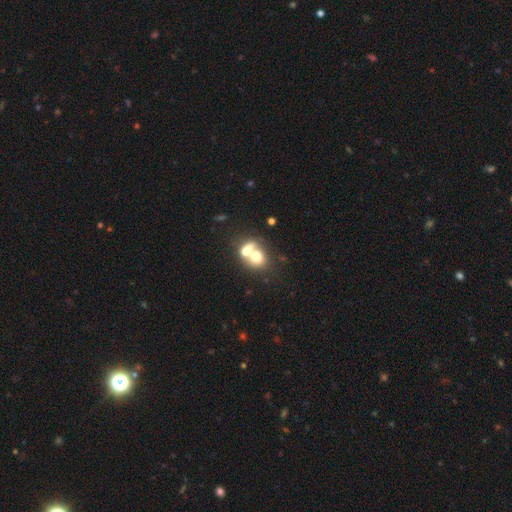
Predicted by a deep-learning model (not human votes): smooth_or_featured: smooth (p=0.66) [alt: featured or disk p=0.24]
how_rounded: round (p=0.53) [alt: in between p=0.45]
merging: merger (p=0.71) [alt: none p=0.18]